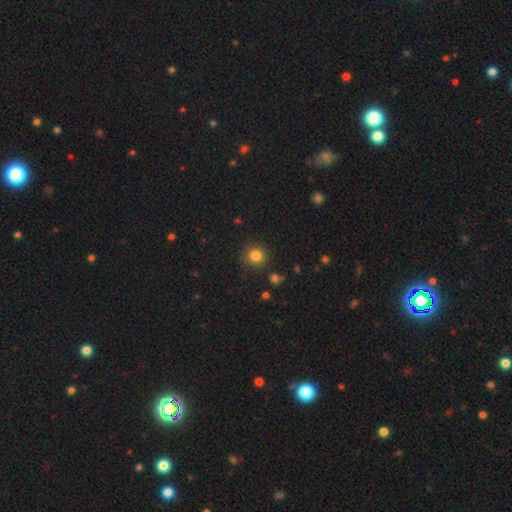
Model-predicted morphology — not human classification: type=smooth (83%); roundness=round (90%); merging=none (87%).